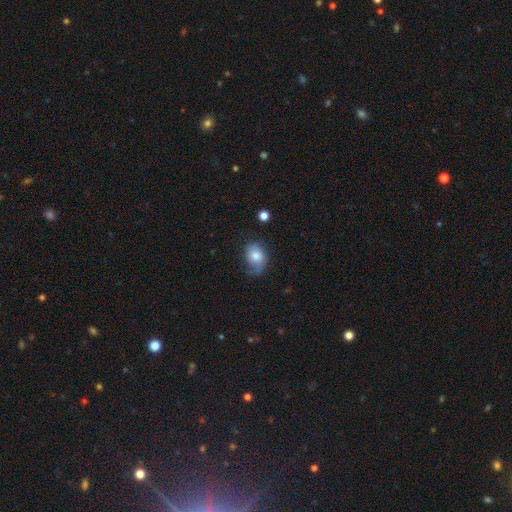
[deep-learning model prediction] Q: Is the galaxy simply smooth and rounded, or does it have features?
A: smooth — 70%.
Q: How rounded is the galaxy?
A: in between — 65%.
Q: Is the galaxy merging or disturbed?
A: none — 46%.